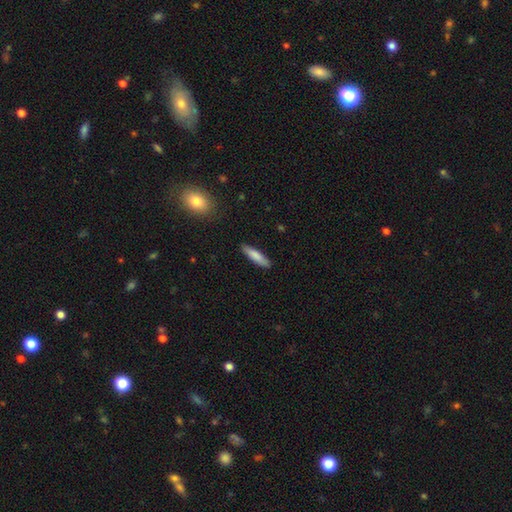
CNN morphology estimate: smooth 81%, featured or disk 14%, star or artifact 6%. Down the decision tree: how rounded — cigar-shaped (79%); merging — none (88%).